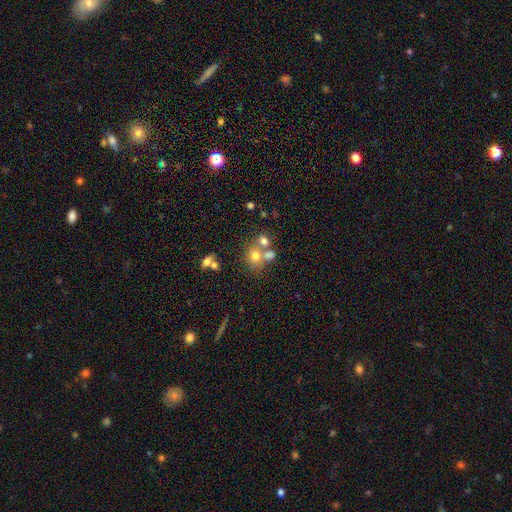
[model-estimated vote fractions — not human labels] A smooth galaxy with no disk features (64%) that is round (69%). Merging: merger (44%).